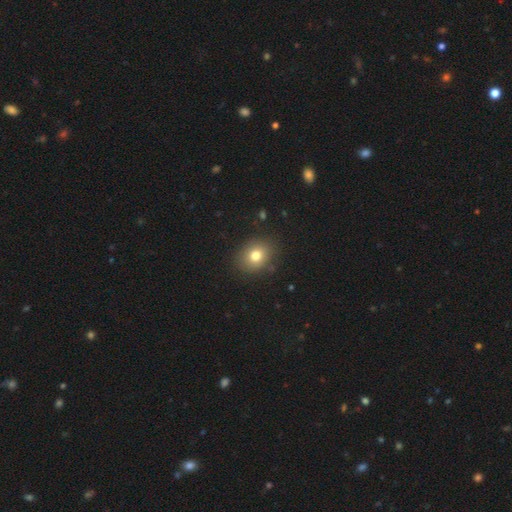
Volunteers were most divided on "how rounded": round: 57%, in between: 43%, cigar-shaped: 0%. More confident: merging — none (89%); smooth or featured — smooth (88%).